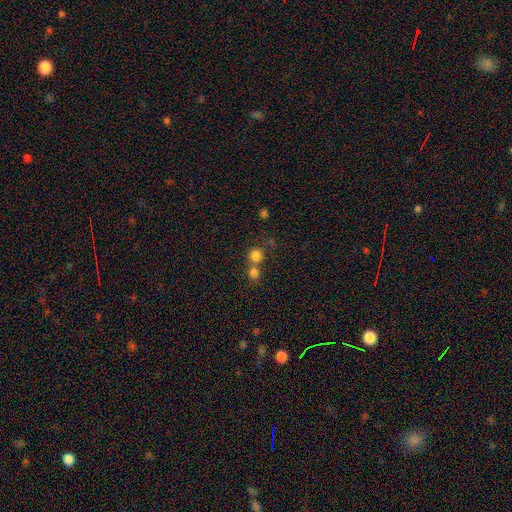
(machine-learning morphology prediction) smooth-or-featured: smooth: 79% | star or artifact: 14% | featured or disk: 7%
  how-rounded: round: 90% | in between: 9% | cigar-shaped: 1%
  merging: none: 48% | merger: 43% | minor disturbance: 6% | major disturbance: 3%